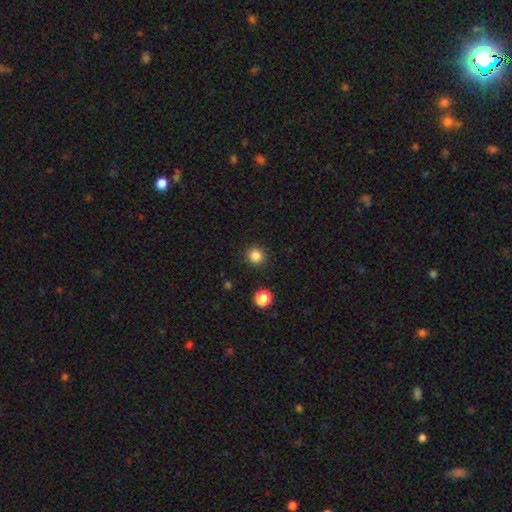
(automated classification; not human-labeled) A smooth galaxy with no disk features (84%) that is round (91%).

Vote fractions:
- Smooth or featured? smooth: 84% / star or artifact: 12% / featured or disk: 4%
- How rounded? round: 91% / in between: 8% / cigar-shaped: 1%
- Merging? none: 91% / minor disturbance: 6% / major disturbance: 2% / merger: 2%